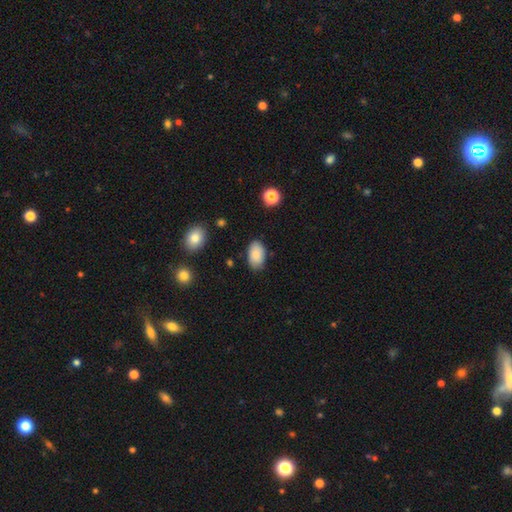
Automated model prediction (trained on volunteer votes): Q: Smooth or featured?
A: smooth (86%); runner-up: star or artifact (7%)
Q: How rounded?
A: in between (93%); runner-up: round (6%)
Q: Merging?
A: none (82%); runner-up: minor disturbance (13%)